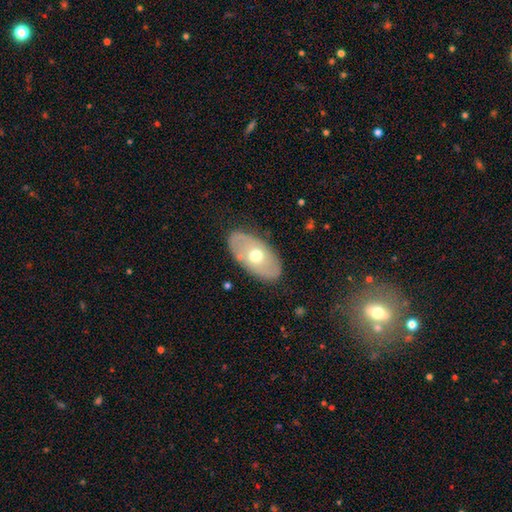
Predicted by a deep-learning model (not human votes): smooth_or_featured: featured or disk (p=0.48) [alt: smooth p=0.47]
merging: none (p=0.83) [alt: minor disturbance p=0.12]